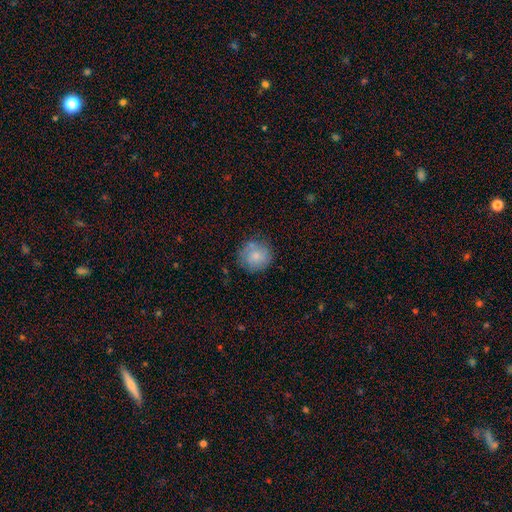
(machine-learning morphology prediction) This appears to be a smooth galaxy with no disk features (77%) that is round (91%). Merging: none (76%).